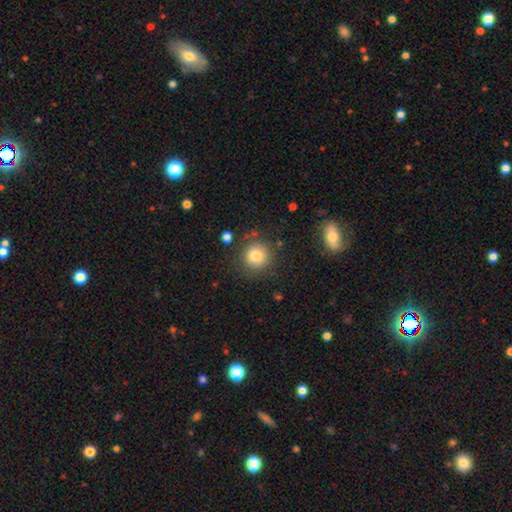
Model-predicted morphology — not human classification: A smooth galaxy with no disk features (81%) that is round (92%). Merging: none (83%).